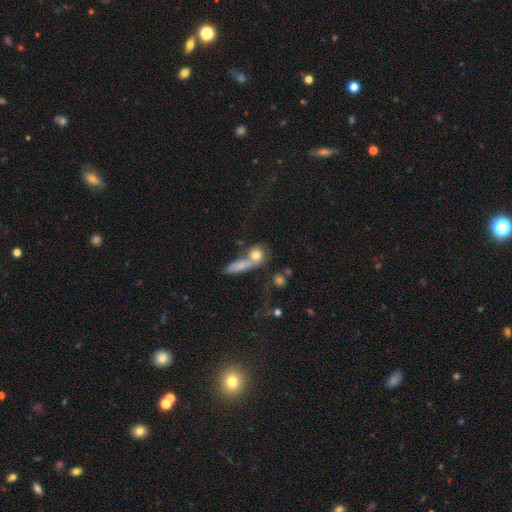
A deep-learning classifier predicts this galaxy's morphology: Q: Smooth or featured?
A: smooth (72%); runner-up: featured or disk (17%)
Q: How rounded?
A: round (68%); runner-up: in between (22%)
Q: Merging?
A: merger (42%); runner-up: none (40%)